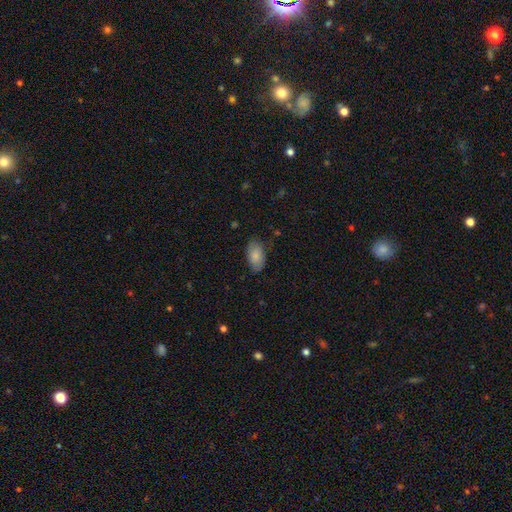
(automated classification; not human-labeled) smooth-or-featured: smooth: 82% | featured or disk: 12% | star or artifact: 6%
  how-rounded: in between: 94% | round: 4% | cigar-shaped: 2%
  merging: none: 79% | minor disturbance: 17% | major disturbance: 3% | merger: 1%